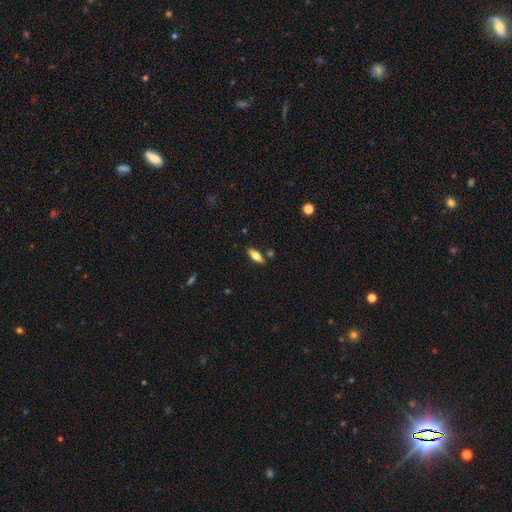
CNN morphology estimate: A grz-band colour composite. It shows a smooth galaxy with no disk features (61%) that is in between round and cigar-shaped (62%). Merging: none (84%).